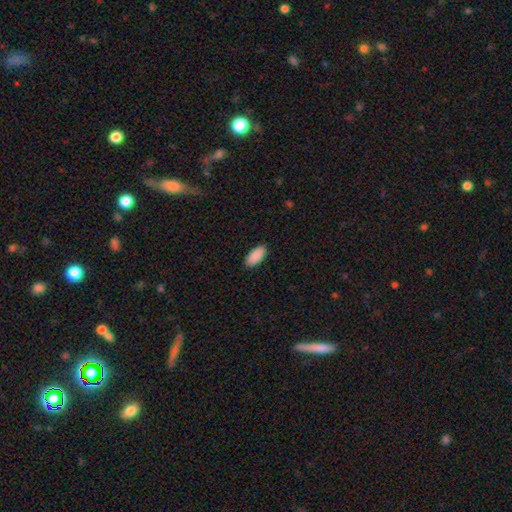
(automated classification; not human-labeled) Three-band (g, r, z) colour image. It shows a smooth galaxy with no disk features (91%) that is in between round and cigar-shaped (92%). Merging: none (90%).